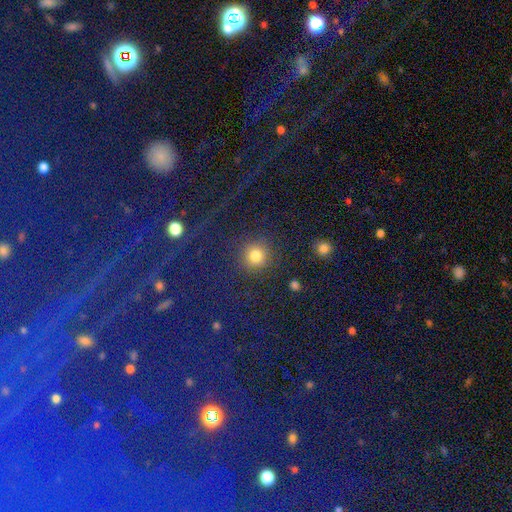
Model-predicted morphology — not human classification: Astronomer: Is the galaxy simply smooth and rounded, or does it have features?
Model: smooth — 77%.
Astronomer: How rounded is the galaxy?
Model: round — 91%.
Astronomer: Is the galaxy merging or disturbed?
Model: none — 81%.